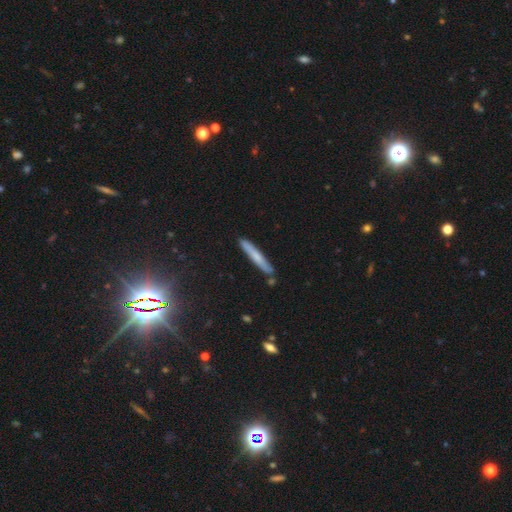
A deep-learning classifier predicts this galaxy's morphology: smooth_or_featured: smooth (p=0.59) [alt: featured or disk p=0.33]
how_rounded: cigar-shaped (p=0.95) [alt: in between p=0.04]
merging: none (p=0.84) [alt: minor disturbance p=0.11]